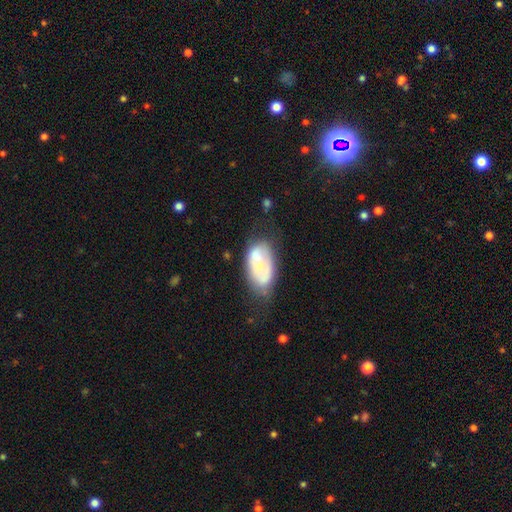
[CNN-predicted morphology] Smooth or featured? featured or disk (48%)
Merging? none (43%)